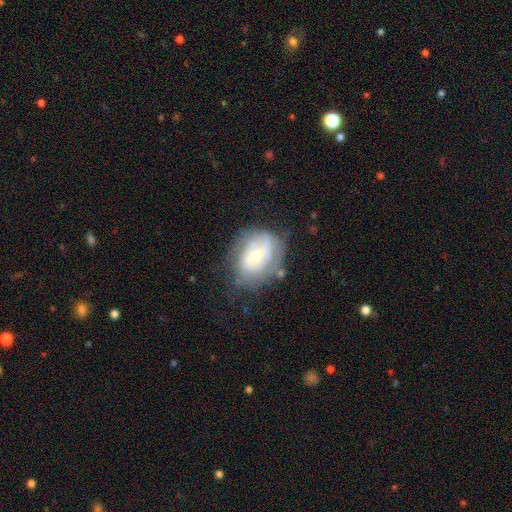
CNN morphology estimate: This appears to be a featured or disk galaxy (61%) with a weak bar (43%), spiral arms (76%) and a moderate central bulge (46%, tied with small). Merging: none (59%).